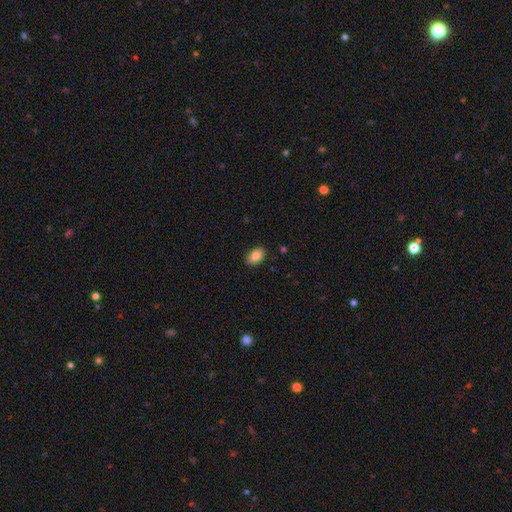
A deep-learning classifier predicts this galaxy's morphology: This appears to be a smooth galaxy with no disk features (85%) that is in between round and cigar-shaped (85%). Merging: none (87%).